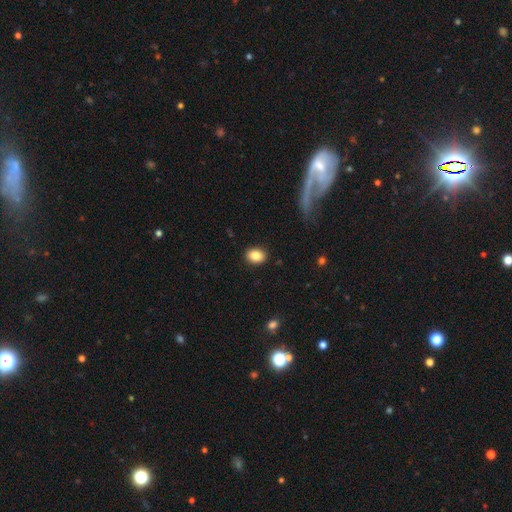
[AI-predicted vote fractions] Morphology: type=smooth (85%); roundness=in between (64%); merging=none (90%).